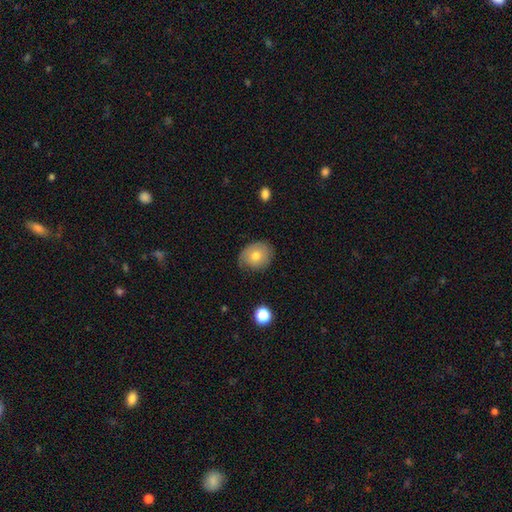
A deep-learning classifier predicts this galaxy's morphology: smooth 70%, featured or disk 21%, star or artifact 9%. Down the decision tree: how rounded — round (63%); merging — none (69%).